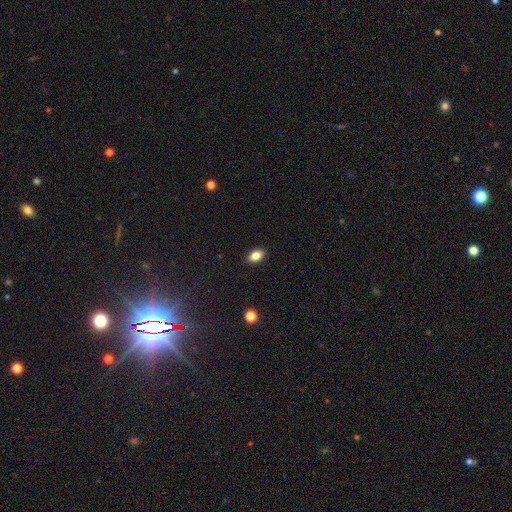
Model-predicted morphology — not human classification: This appears to be a smooth galaxy with no disk features (85%) that is in between round and cigar-shaped (87%). Merging: none (90%).